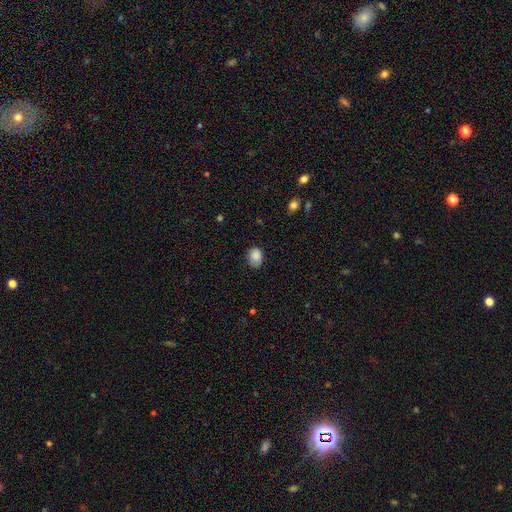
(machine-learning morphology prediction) Smooth or featured? smooth (86%)
How rounded? in between (60%)
Merging? none (66%)